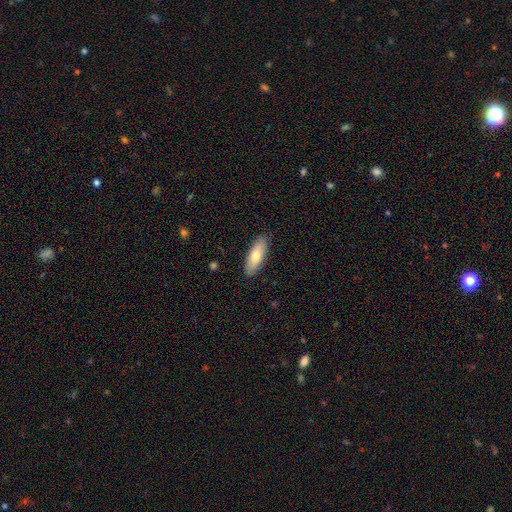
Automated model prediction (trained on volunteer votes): Smooth or featured?
  - smooth: 75% *
  - featured or disk: 20%
  - star or artifact: 6%
How rounded?
  - in between: 65% *
  - cigar-shaped: 33%
  - round: 2%
Merging?
  - none: 88% *
  - minor disturbance: 9%
  - major disturbance: 2%
  - merger: 1%